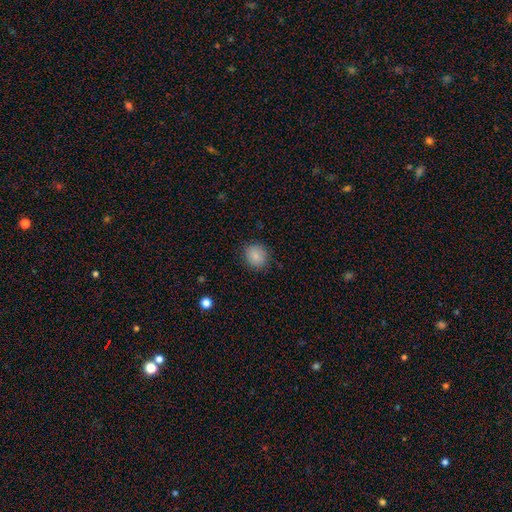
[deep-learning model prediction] A smooth galaxy with no disk features (84%) that is round (79%).

Vote fractions:
- Smooth or featured? smooth: 84% / star or artifact: 9% / featured or disk: 7%
- How rounded? round: 79% / in between: 20% / cigar-shaped: 1%
- Merging? none: 85% / minor disturbance: 11% / major disturbance: 3% / merger: 1%